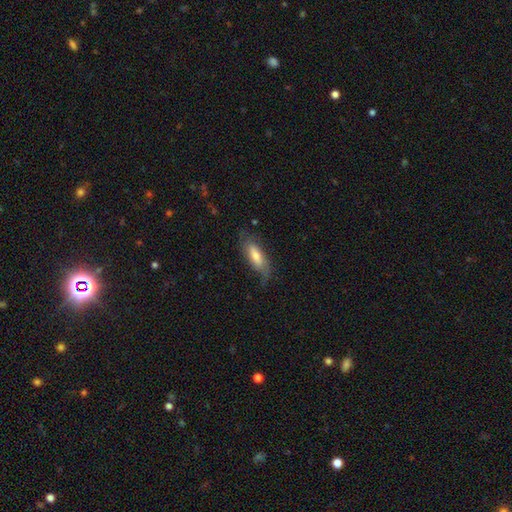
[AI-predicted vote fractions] Morphology: type=smooth (55%); roundness=in between (64%); merging=none (63%).